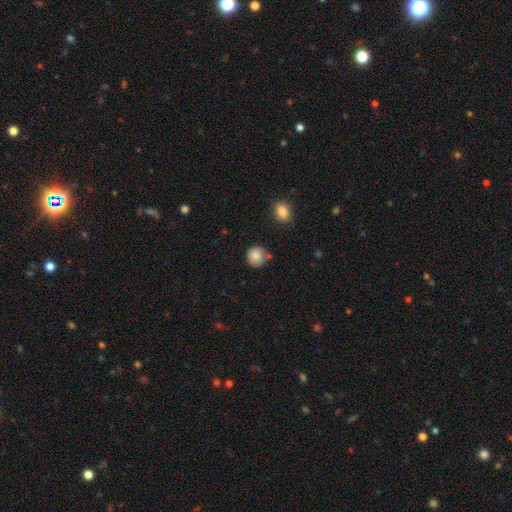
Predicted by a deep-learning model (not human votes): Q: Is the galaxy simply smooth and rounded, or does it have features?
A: smooth — 83%.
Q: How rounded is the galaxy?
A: round — 88%.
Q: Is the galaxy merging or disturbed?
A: none — 71%.